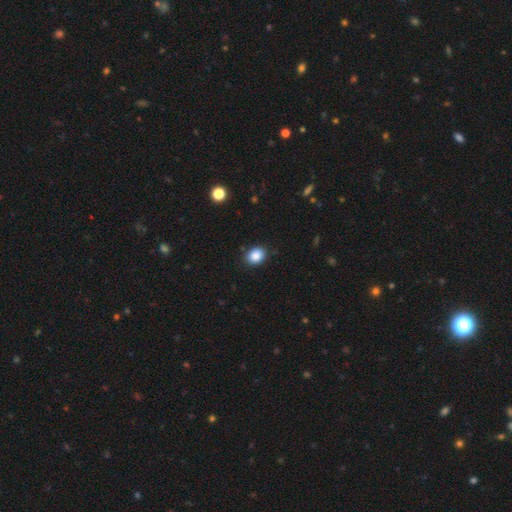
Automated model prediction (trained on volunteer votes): smooth-or-featured: smooth: 87% | star or artifact: 9% | featured or disk: 4%
  how-rounded: in between: 52% | round: 47% | cigar-shaped: 1%
  merging: none: 88% | minor disturbance: 9% | major disturbance: 2% | merger: 1%